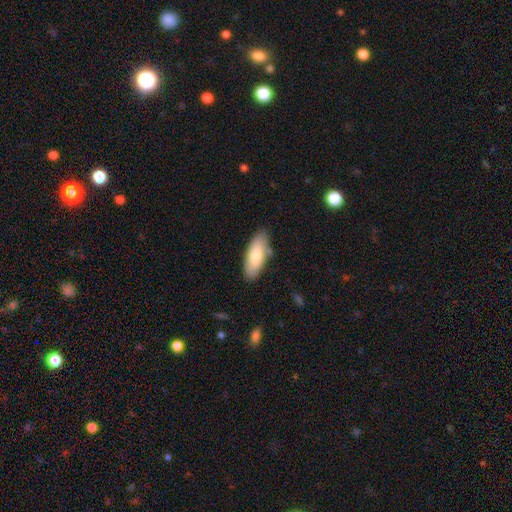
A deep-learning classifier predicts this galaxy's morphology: Smooth or featured? Predicted: smooth (p=0.78). How rounded? Predicted: in between (p=0.77). Merging? Predicted: none (p=0.78).